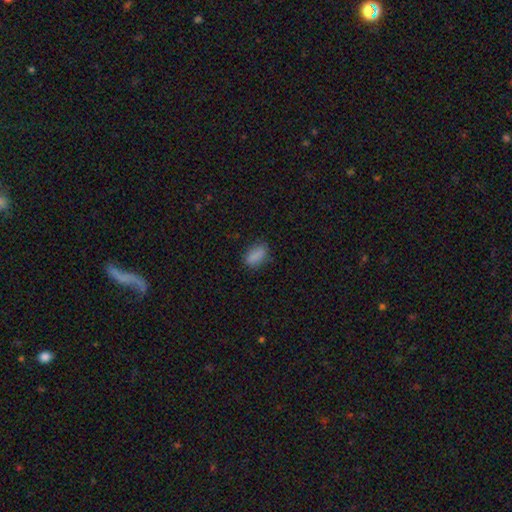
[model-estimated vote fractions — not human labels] Morphology: type=smooth (85%); roundness=in between (87%); merging=none (75%).